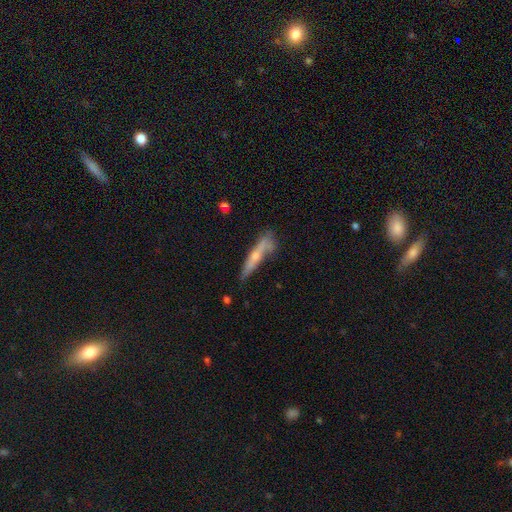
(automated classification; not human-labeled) Overall: featured or disk (49%; smooth 44%). Merging: none (55%; minor disturbance 27%).